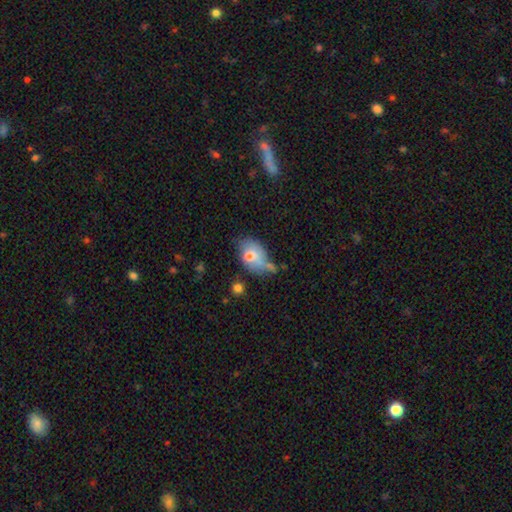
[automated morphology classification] Smooth or featured: smooth — 67% (featured or disk — 23%)
How rounded: in between — 77% (round — 22%)
Merging: none — 38% (minor disturbance — 29%)